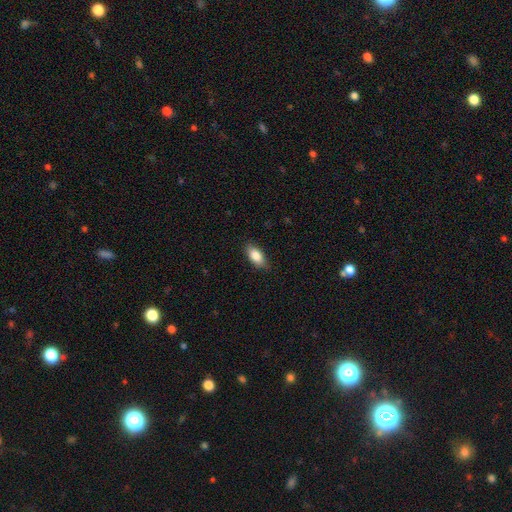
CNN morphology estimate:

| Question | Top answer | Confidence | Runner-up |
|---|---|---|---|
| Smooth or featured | smooth | 85% | featured or disk (8%) |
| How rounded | in between | 89% | cigar-shaped (8%) |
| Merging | none | 84% | minor disturbance (13%) |